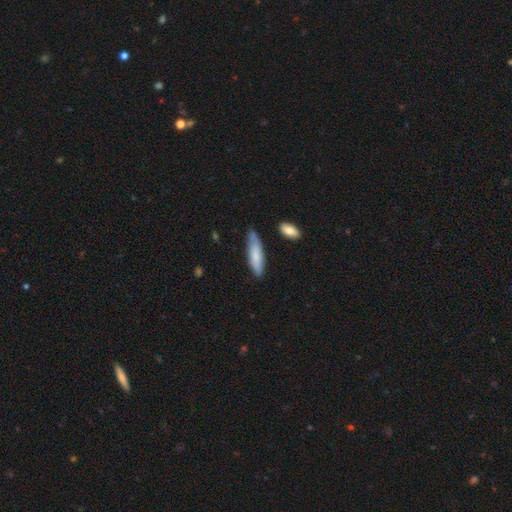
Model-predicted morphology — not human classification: Smooth or featured: smooth — 78% (featured or disk — 16%)
How rounded: cigar-shaped — 64% (in between — 35%)
Merging: none — 65% (minor disturbance — 25%)